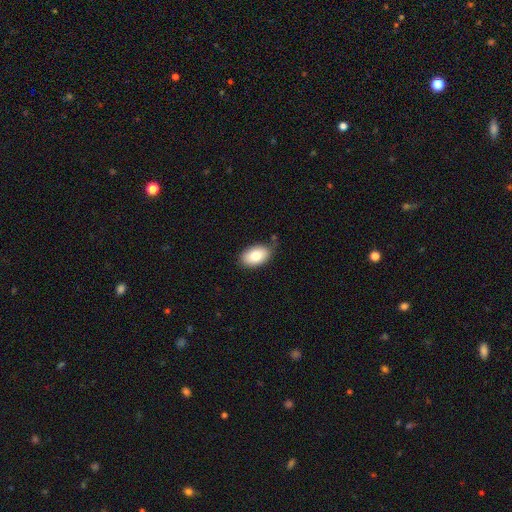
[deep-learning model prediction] smooth 79%, featured or disk 13%, star or artifact 7%. Down the decision tree: how rounded — in between (91%); merging — none (76%).